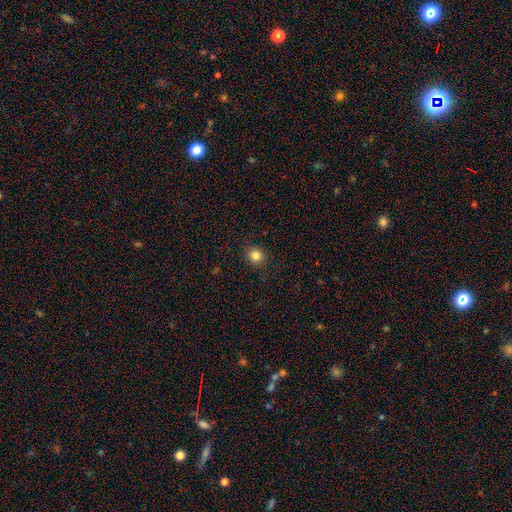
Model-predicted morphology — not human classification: A smooth galaxy with no disk features (83%) that is round (81%).

Vote fractions:
- Smooth or featured? smooth: 83% / star or artifact: 12% / featured or disk: 5%
- How rounded? round: 81% / in between: 19% / cigar-shaped: 1%
- Merging? none: 89% / minor disturbance: 8% / major disturbance: 2% / merger: 1%